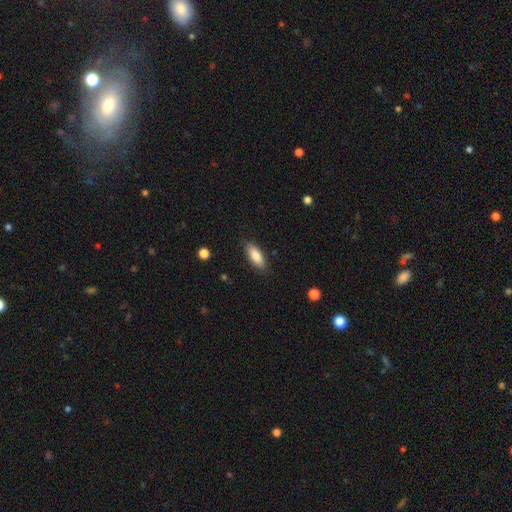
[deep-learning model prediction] Overall: smooth (83%). How rounded: in between (75%). Merging: none (86%).